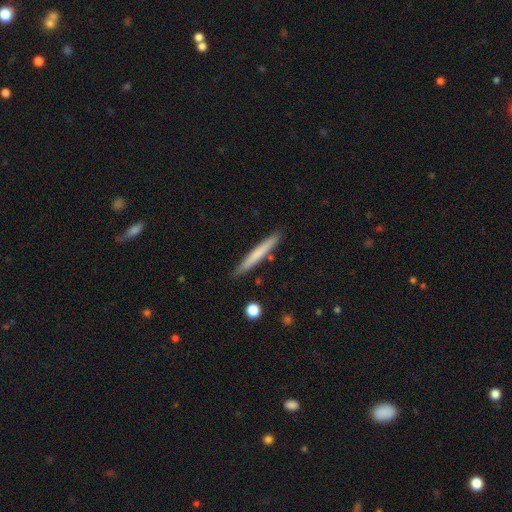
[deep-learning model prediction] smooth_or_featured: smooth (p=0.65) [alt: featured or disk p=0.29]
how_rounded: cigar-shaped (p=0.97) [alt: in between p=0.02]
merging: none (p=0.88) [alt: minor disturbance p=0.09]